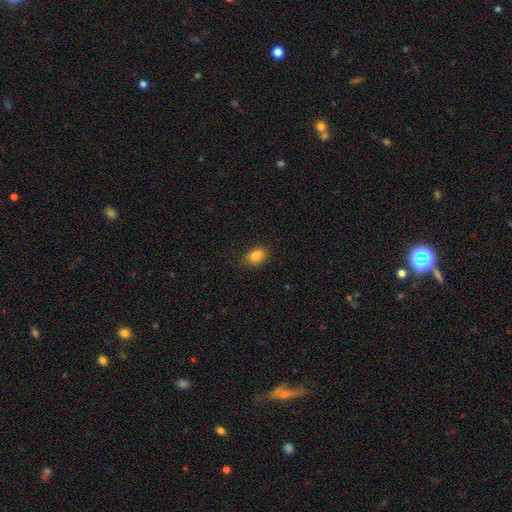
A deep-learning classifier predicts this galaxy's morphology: Smooth or featured? smooth (85%)
How rounded? in between (72%)
Merging? none (75%)